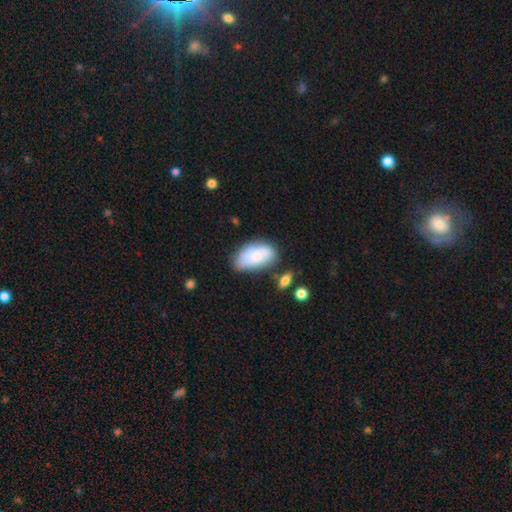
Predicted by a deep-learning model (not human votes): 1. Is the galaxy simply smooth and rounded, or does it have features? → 72% smooth, 20% featured or disk, 7% star or artifact.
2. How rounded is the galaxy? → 93% in between, 4% round, 3% cigar-shaped.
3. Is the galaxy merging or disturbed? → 48% none, 29% minor disturbance, 12% merger, 11% major disturbance.